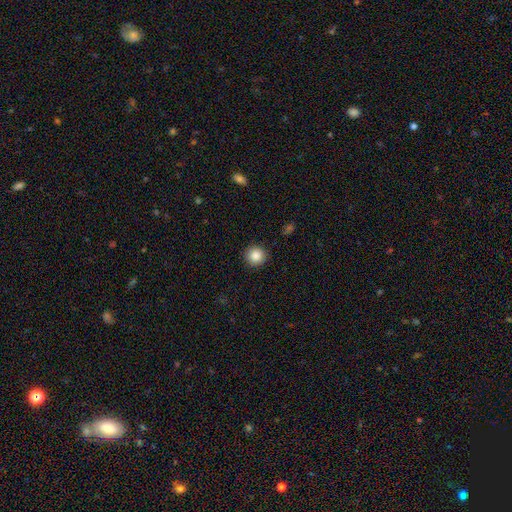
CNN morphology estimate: type=smooth (86%); roundness=round (95%); merging=none (92%).